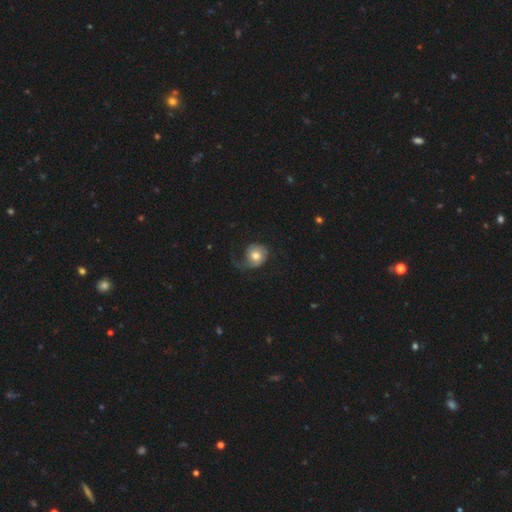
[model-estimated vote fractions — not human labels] smooth 51%, featured or disk 42%, star or artifact 7%. Down the decision tree: how rounded — round (74%); merging — none (39%).